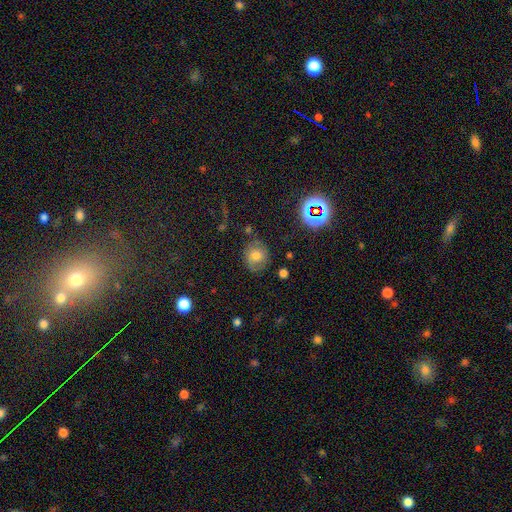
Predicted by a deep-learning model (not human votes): A smooth galaxy with no disk features (64%) that is round (74%). Merging: none (74%).